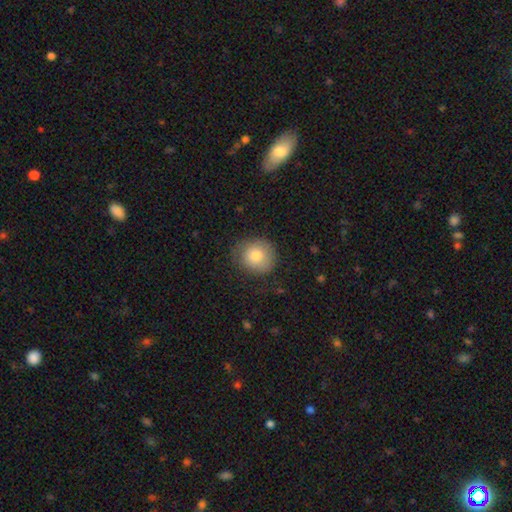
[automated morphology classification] Smooth or featured: smooth — 79% (featured or disk — 12%)
How rounded: round — 87% (in between — 12%)
Merging: none — 76% (minor disturbance — 18%)